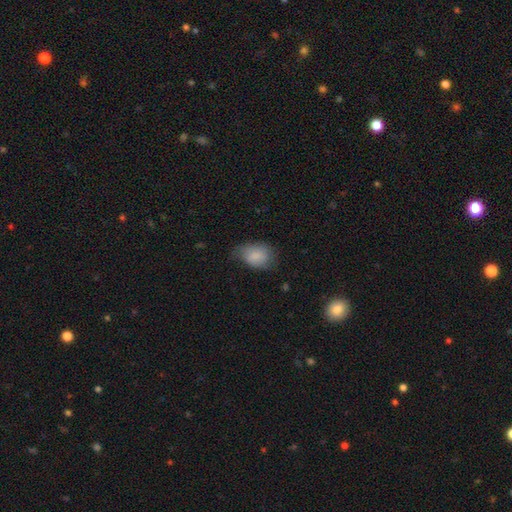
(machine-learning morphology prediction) A smooth galaxy with no disk features (82%) that is in between round and cigar-shaped (78%).

Vote fractions:
- Smooth or featured? smooth: 82% / featured or disk: 11% / star or artifact: 7%
- How rounded? in between: 78% / round: 21% / cigar-shaped: 1%
- Merging? none: 48% / minor disturbance: 38% / major disturbance: 13% / merger: 1%